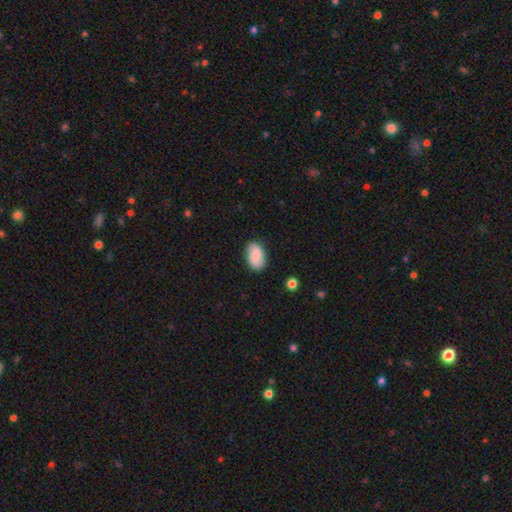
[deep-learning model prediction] This appears to be a smooth galaxy with no disk features (77%) that is in between round and cigar-shaped (92%). Merging: none (82%).